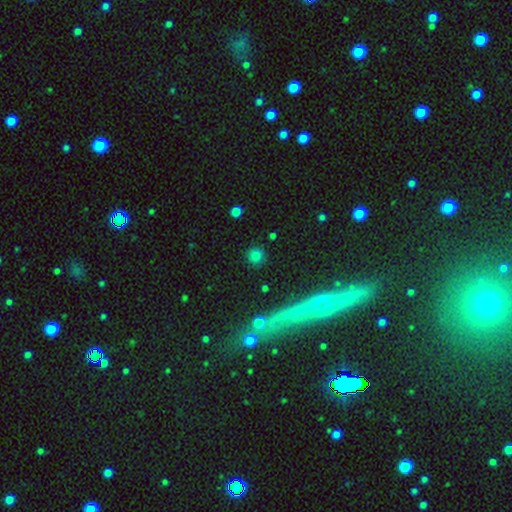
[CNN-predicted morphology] This appears to be a smooth galaxy with no disk features (77%) that is round (92%). Merging: none (88%).